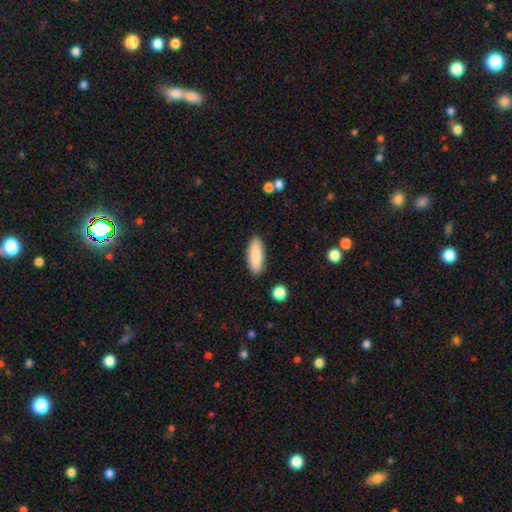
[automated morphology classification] Smooth or featured? Predicted: smooth (p=0.87). How rounded? Predicted: in between (p=0.66). Merging? Predicted: none (p=0.89).